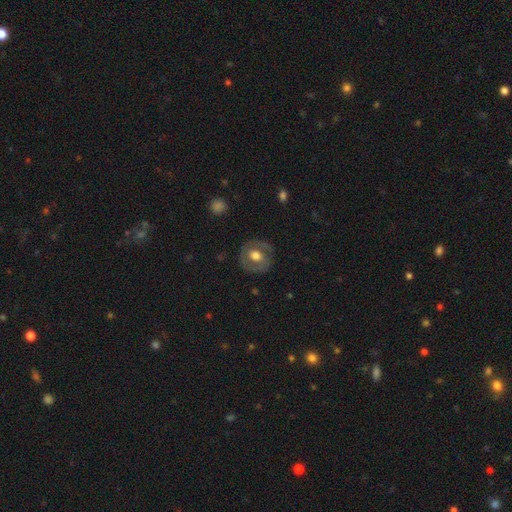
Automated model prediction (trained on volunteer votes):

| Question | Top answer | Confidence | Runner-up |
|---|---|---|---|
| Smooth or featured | featured or disk | 47% | tied: smooth (47%) |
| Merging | none | 81% | minor disturbance (13%) |